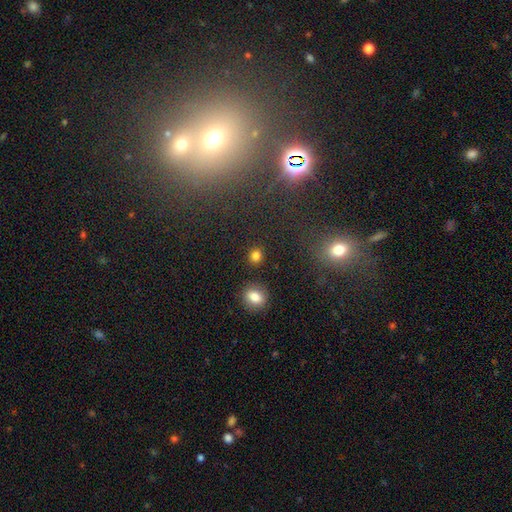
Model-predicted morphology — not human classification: Smooth or featured? smooth (81%)
How rounded? round (80%)
Merging? none (85%)